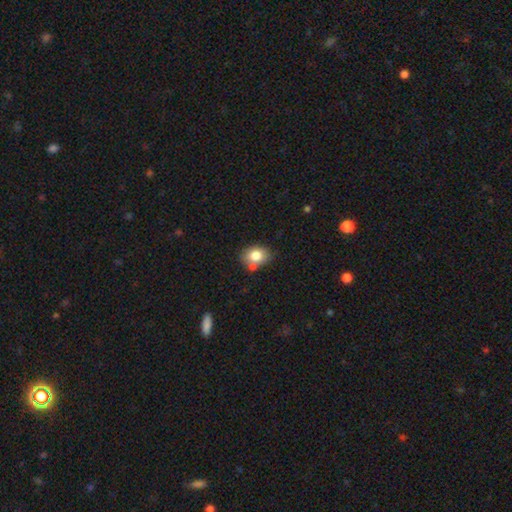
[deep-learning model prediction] A smooth galaxy with no disk features (80%) that is in between round and cigar-shaped (66%).

Vote fractions:
- Smooth or featured? smooth: 80% / featured or disk: 11% / star or artifact: 9%
- How rounded? in between: 66% / round: 33% / cigar-shaped: 1%
- Merging? none: 64% / minor disturbance: 17% / merger: 16% / major disturbance: 4%